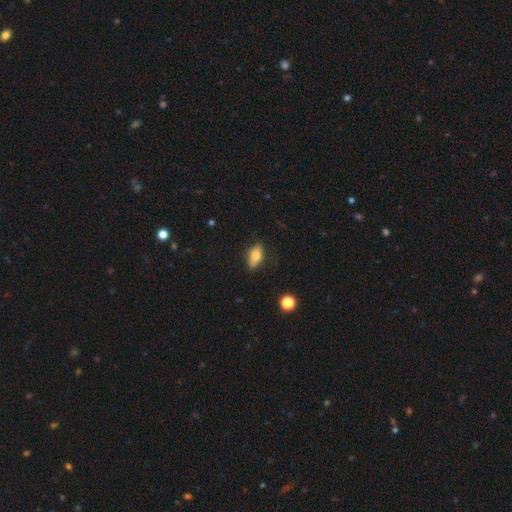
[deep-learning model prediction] Smooth or featured: smooth — 76% (featured or disk — 16%)
How rounded: in between — 84% (cigar-shaped — 10%)
Merging: none — 78% (minor disturbance — 17%)